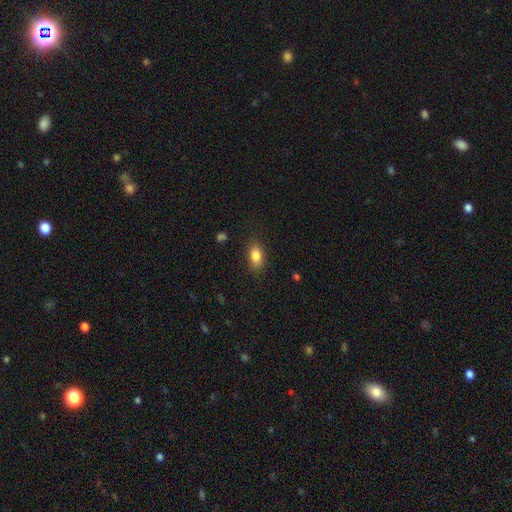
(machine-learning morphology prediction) The model was most divided on "merging": none: 84%, minor disturbance: 12%, major disturbance: 3%, merger: 1%. More confident: how rounded — in between (85%); smooth or featured — smooth (84%).